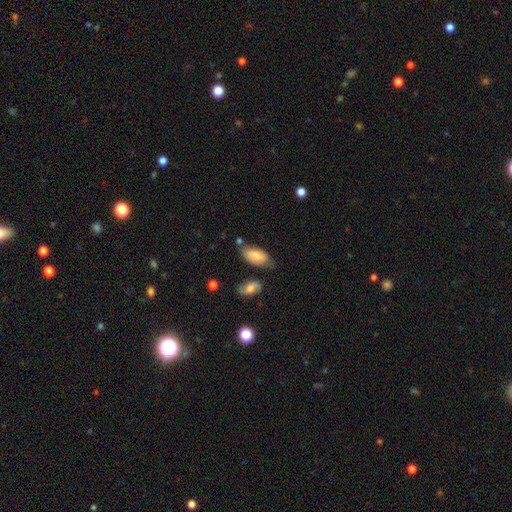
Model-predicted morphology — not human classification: smooth-or-featured: smooth: 76% | featured or disk: 17% | star or artifact: 7%
  how-rounded: in between: 91% | cigar-shaped: 7% | round: 2%
  merging: none: 60% | minor disturbance: 26% | merger: 8% | major disturbance: 7%